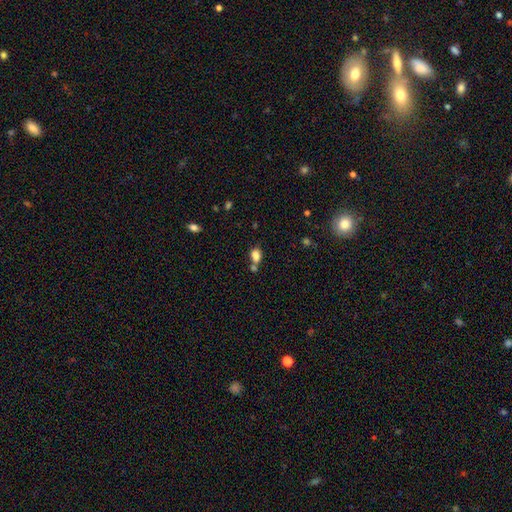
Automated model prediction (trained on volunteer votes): Morphology: type=smooth (82%); roundness=in between (79%); merging=none (46%).